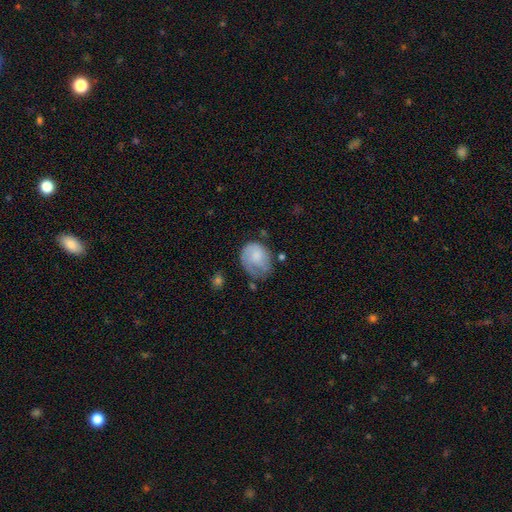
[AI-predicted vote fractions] smooth-or-featured: smooth: 64% | featured or disk: 29% | star or artifact: 7%
  how-rounded: round: 51% | in between: 48% | cigar-shaped: 1%
  merging: none: 42% | minor disturbance: 34% | major disturbance: 21% | merger: 4%